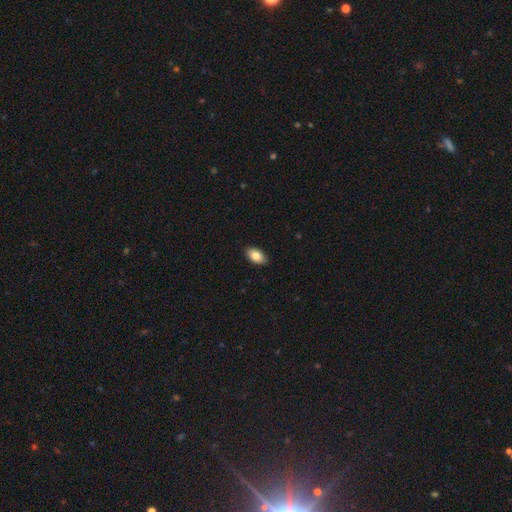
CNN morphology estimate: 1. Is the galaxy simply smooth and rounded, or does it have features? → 85% smooth, 8% featured or disk, 7% star or artifact.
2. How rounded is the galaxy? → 94% in between, 4% round, 2% cigar-shaped.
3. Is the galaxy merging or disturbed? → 89% none, 8% minor disturbance, 2% major disturbance, 1% merger.